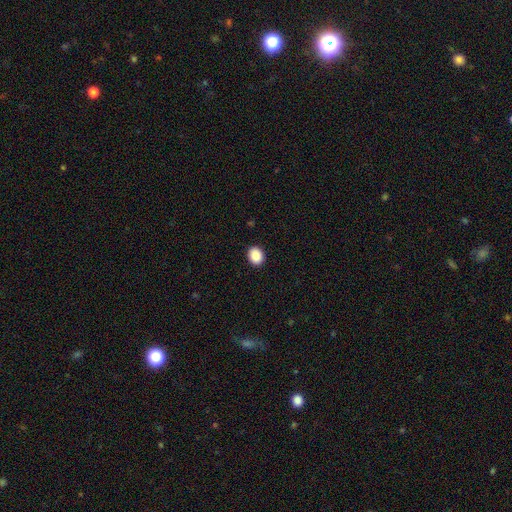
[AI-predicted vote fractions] This is clearly a smooth galaxy (89%). How rounded: possibly round (50%). Merging: clearly none (91%).